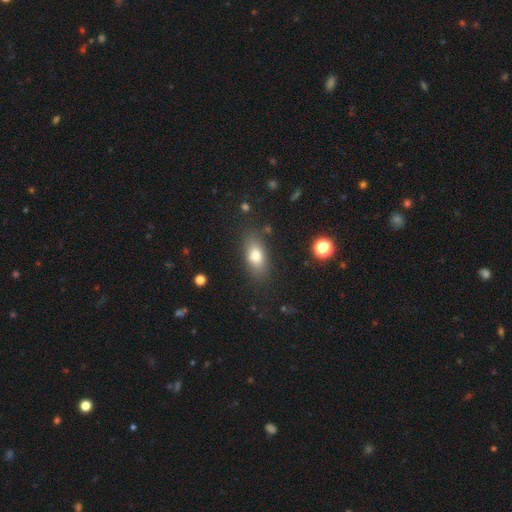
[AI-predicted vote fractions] The model was most divided on "smooth or featured": smooth: 78%, featured or disk: 13%, star or artifact: 10%. More confident: how rounded — in between (83%); merging — none (81%).